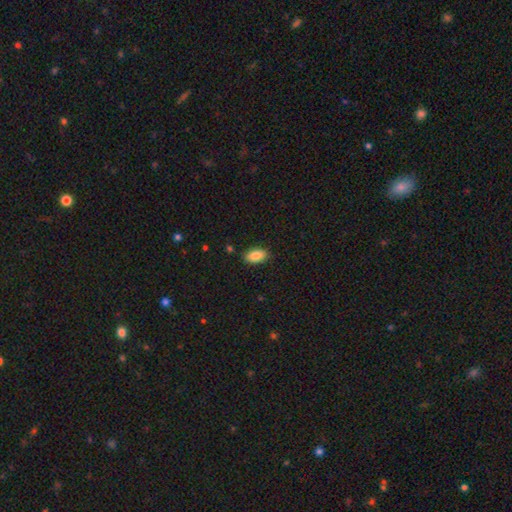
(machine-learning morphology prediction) Smooth or featured? smooth (86%)
How rounded? in between (92%)
Merging? none (87%)